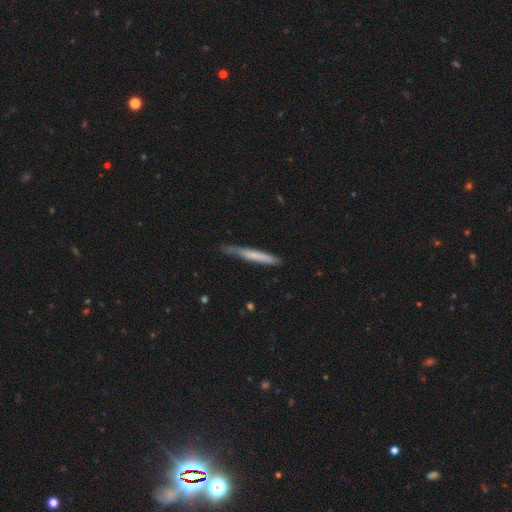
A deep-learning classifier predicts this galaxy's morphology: Smooth or featured? smooth (64%)
How rounded? cigar-shaped (95%)
Merging? none (67%)